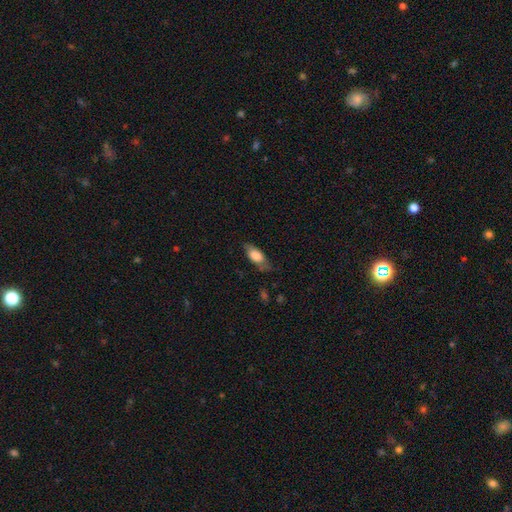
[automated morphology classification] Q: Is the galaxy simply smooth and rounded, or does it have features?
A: smooth — 72%.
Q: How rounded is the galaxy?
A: in between — 77%.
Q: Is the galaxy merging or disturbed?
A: none — 65%.